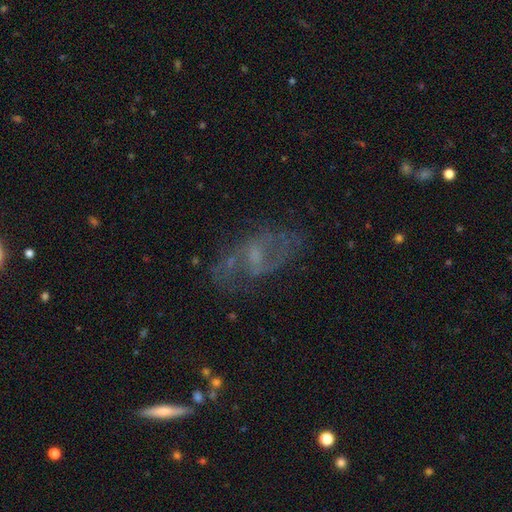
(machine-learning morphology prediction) A featured or disk galaxy (68%) with a weak bar (46%), spiral arms (67%) and a small central bulge (45%). Merging: none (59%).